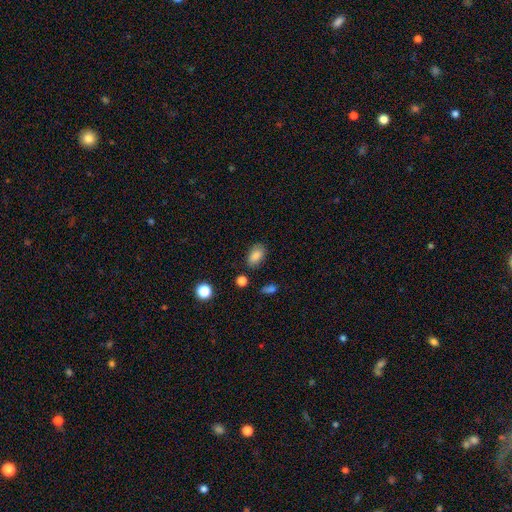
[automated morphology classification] Smooth or featured? Predicted: smooth (p=0.83). How rounded? Predicted: in between (p=0.88). Merging? Predicted: none (p=0.78).